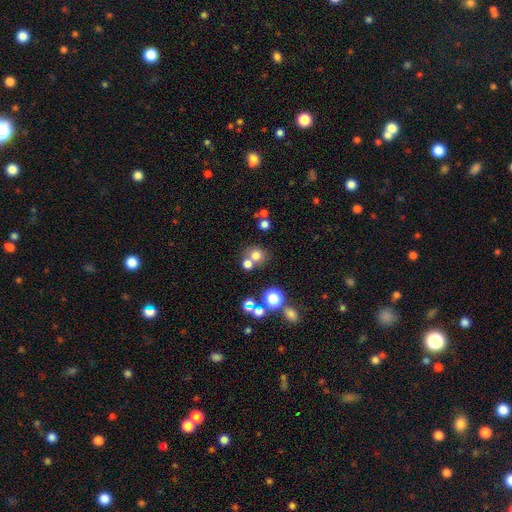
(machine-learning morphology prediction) Q: Smooth or featured?
A: smooth (71%); runner-up: star or artifact (19%)
Q: How rounded?
A: round (85%); runner-up: in between (14%)
Q: Merging?
A: none (57%); runner-up: merger (32%)